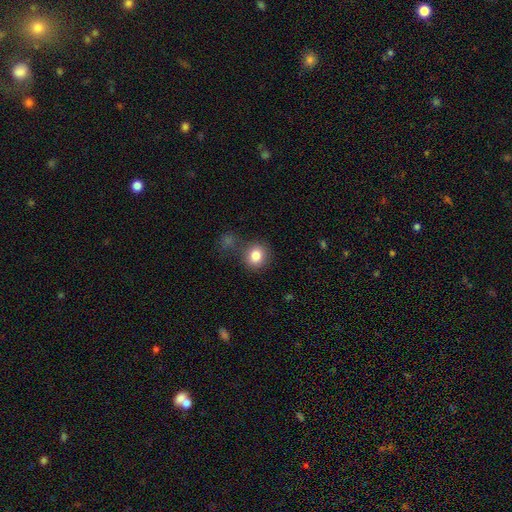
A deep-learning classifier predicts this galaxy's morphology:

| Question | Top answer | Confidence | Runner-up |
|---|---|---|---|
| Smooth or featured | smooth | 84% | star or artifact (10%) |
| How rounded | round | 76% | in between (24%) |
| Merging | none | 77% | minor disturbance (12%) |